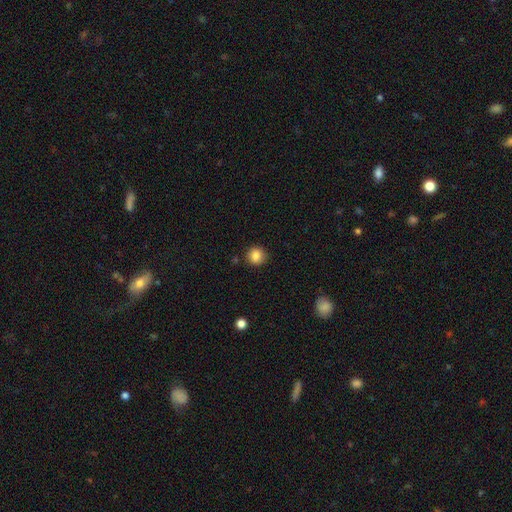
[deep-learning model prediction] Smooth or featured? smooth (86%)
How rounded? round (88%)
Merging? none (88%)